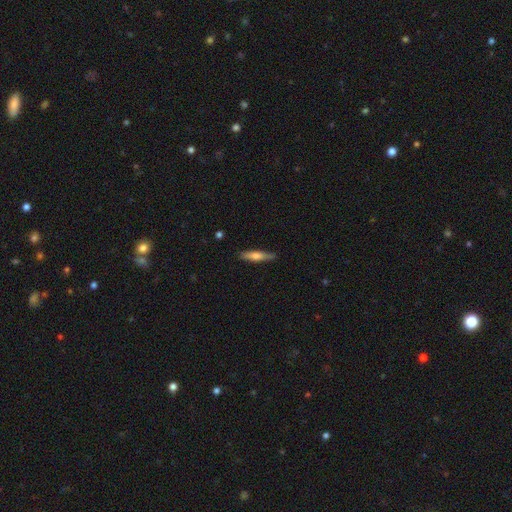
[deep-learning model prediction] A smooth galaxy with no disk features (57%) that is cigar-shaped (86%). Merging: none (84%).